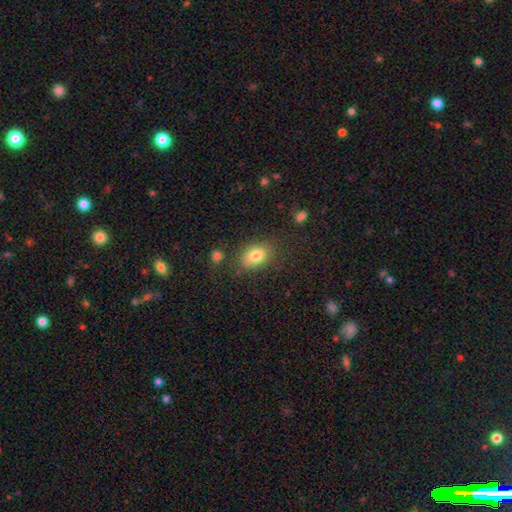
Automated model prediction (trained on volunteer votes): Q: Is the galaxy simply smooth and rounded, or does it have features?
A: smooth — 80%.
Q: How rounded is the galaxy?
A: in between — 78%.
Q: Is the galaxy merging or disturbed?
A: none — 74%.